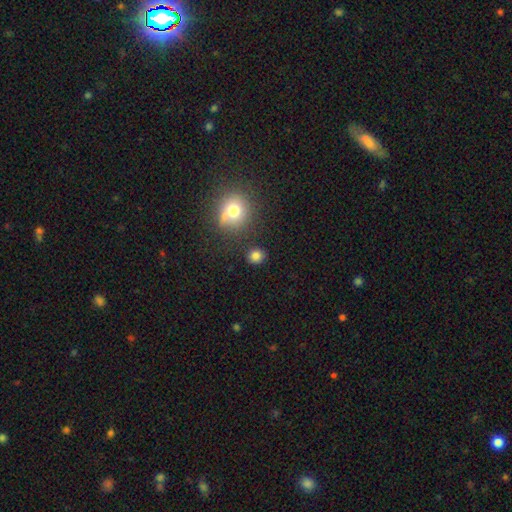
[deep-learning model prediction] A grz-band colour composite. It shows a smooth galaxy with no disk features (82%) that is round (82%). Merging: none (85%).